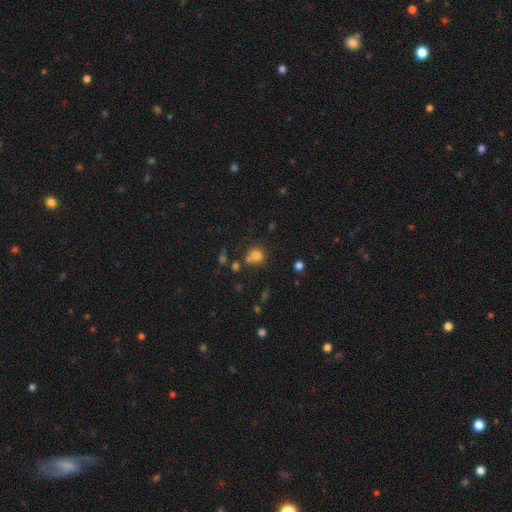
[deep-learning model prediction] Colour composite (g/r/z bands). It shows a smooth galaxy with no disk features (76%) that is round (80%). Merging: none (55%).